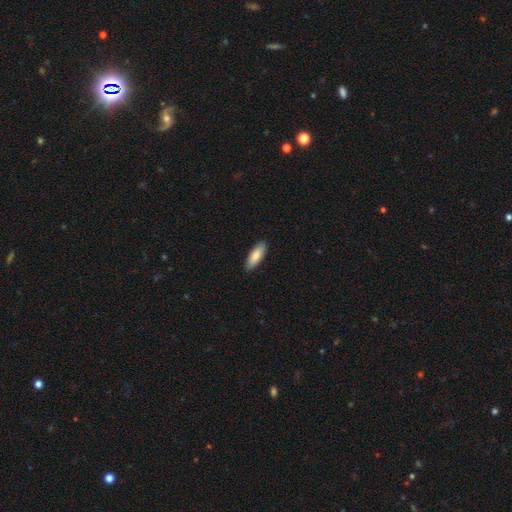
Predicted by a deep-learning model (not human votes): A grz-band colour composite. It shows a smooth galaxy with no disk features (85%) that is in between round and cigar-shaped (66%). Merging: none (89%).